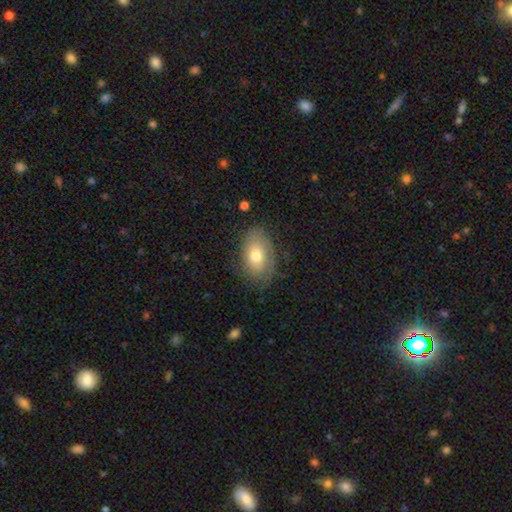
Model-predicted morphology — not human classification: A smooth galaxy with no disk features (67%) that is in between round and cigar-shaped (87%).

Vote fractions:
- Smooth or featured? smooth: 67% / featured or disk: 25% / star or artifact: 8%
- How rounded? in between: 87% / round: 12% / cigar-shaped: 1%
- Merging? none: 75% / minor disturbance: 18% / major disturbance: 6% / merger: 1%